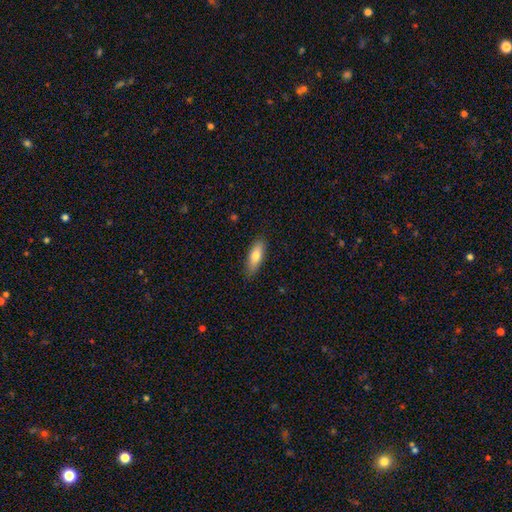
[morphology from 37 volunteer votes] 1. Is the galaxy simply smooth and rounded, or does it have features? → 68% smooth, 30% featured or disk, 3% star or artifact.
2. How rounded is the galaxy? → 56% cigar-shaped, 44% in between, 0% round.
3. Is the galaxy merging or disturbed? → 92% none, 6% major disturbance, 3% minor disturbance, 0% merger.